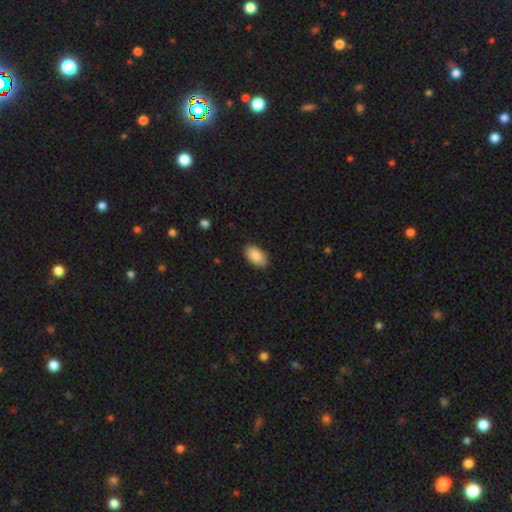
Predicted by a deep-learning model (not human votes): The model was most divided on "merging": none: 88%, minor disturbance: 9%, major disturbance: 2%, merger: 1%. More confident: how rounded — in between (94%); smooth or featured — smooth (87%).